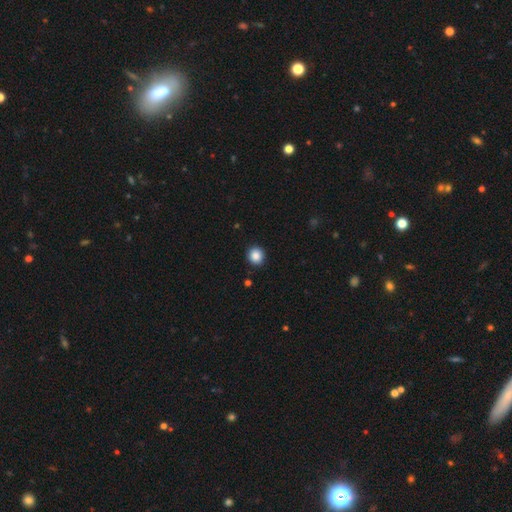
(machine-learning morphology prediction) This appears to be a smooth galaxy with no disk features (87%) that is round (89%). Merging: none (91%).